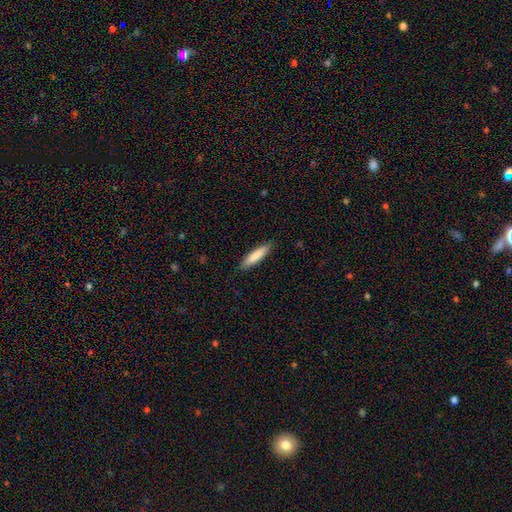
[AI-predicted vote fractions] This appears to be a smooth galaxy with no disk features (83%) that is cigar-shaped (82%). Merging: none (88%).